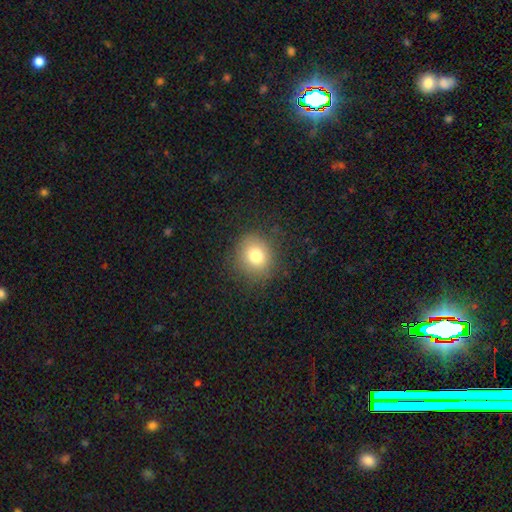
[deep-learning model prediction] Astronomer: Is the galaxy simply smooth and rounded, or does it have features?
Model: smooth — 78%.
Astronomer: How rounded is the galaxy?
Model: round — 79%.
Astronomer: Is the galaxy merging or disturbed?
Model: none — 84%.